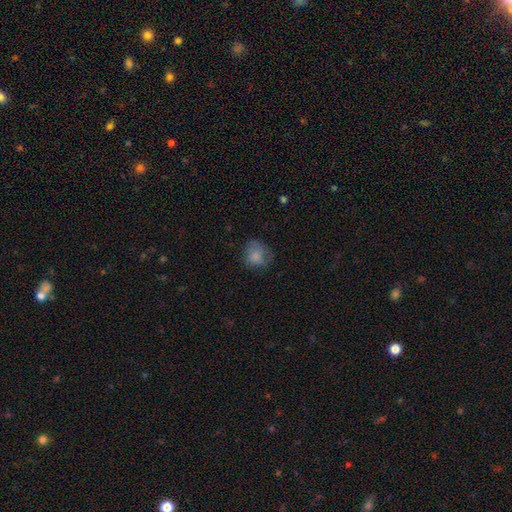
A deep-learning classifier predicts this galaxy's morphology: Overall: smooth (77%). How rounded: round (73%). Merging: none (58%; minor disturbance 27%).